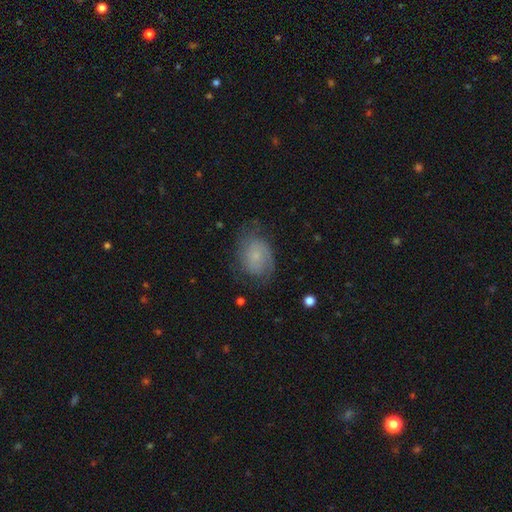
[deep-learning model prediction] featured or disk 48%, smooth 43%, star or artifact 10%. Down the decision tree: merging — none (61%).